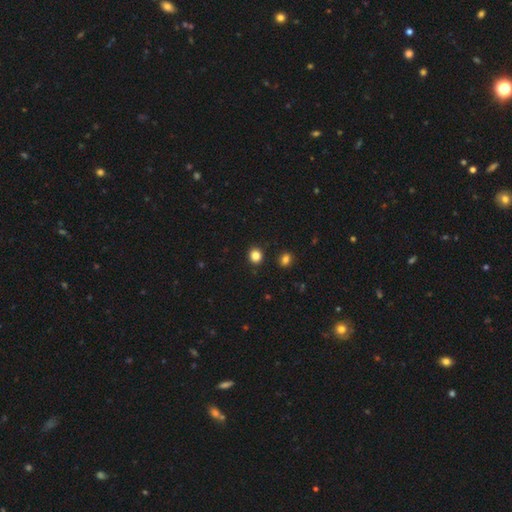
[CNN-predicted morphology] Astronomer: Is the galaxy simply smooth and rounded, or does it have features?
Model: smooth — 84%.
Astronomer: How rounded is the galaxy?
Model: round — 82%.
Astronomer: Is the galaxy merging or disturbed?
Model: none — 90%.